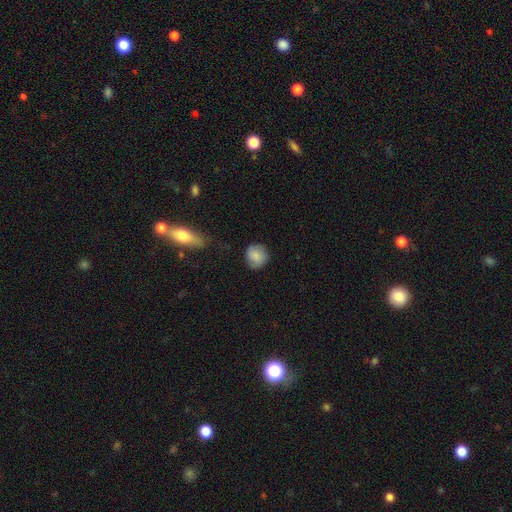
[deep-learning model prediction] A smooth galaxy with no disk features (85%) that is round (86%).

Vote fractions:
- Smooth or featured? smooth: 85% / featured or disk: 8% / star or artifact: 7%
- How rounded? round: 86% / in between: 13% / cigar-shaped: 1%
- Merging? none: 78% / minor disturbance: 16% / major disturbance: 4% / merger: 2%